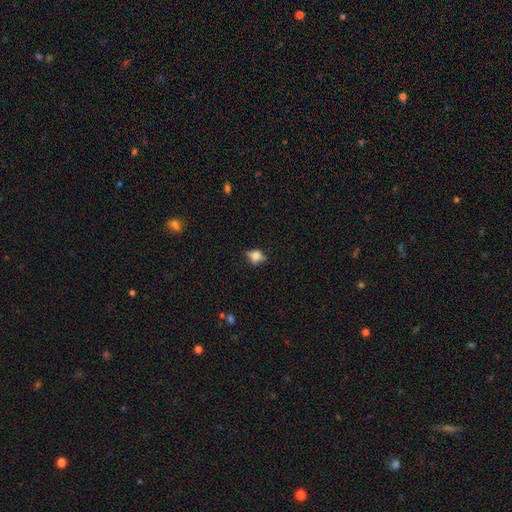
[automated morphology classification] A smooth galaxy with no disk features (52%) that is in between round and cigar-shaped (57%).

Vote fractions:
- Smooth or featured? smooth: 52% / featured or disk: 35% / star or artifact: 13%
- How rounded? in between: 57% / round: 36% / cigar-shaped: 7%
- Merging? none: 64% / minor disturbance: 23% / major disturbance: 9% / merger: 3%